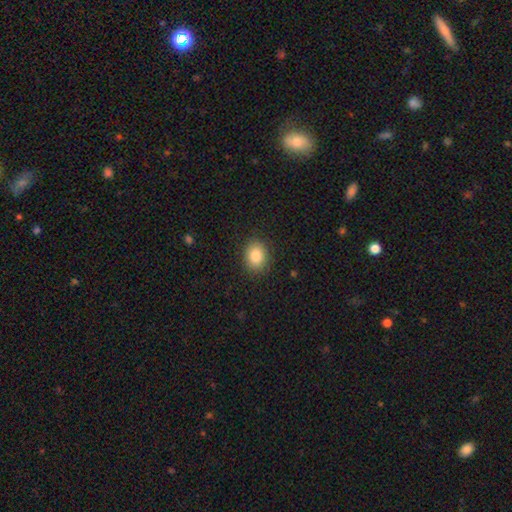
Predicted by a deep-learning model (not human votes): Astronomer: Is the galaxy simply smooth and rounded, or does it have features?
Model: smooth — 84%.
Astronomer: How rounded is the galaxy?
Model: round — 51% (runner-up: in between, 48%).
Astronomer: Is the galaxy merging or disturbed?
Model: none — 88%.